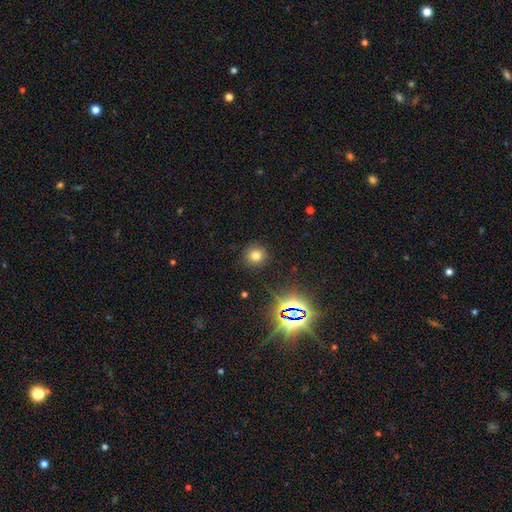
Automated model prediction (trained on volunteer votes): The model was most divided on "smooth or featured": smooth: 72%, star or artifact: 20%, featured or disk: 7%. More confident: how rounded — round (91%); merging — none (90%).